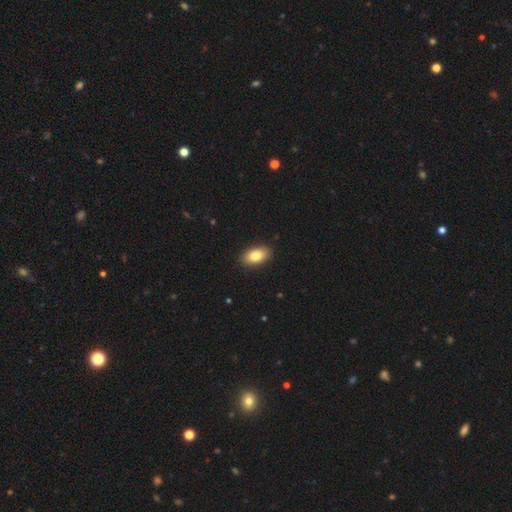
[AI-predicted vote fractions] Smooth or featured? smooth (82%)
How rounded? in between (92%)
Merging? none (90%)